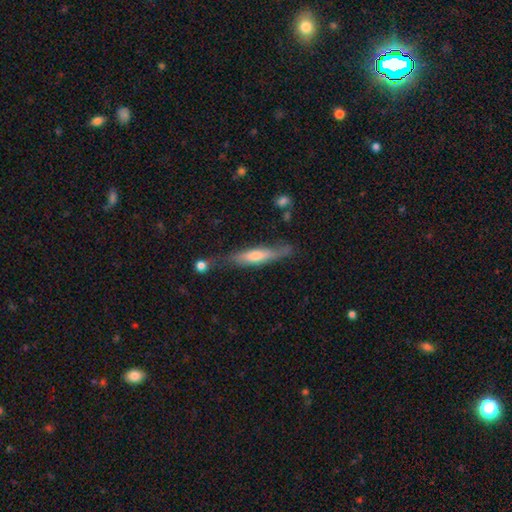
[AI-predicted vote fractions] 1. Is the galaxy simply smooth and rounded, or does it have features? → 51% smooth, 43% featured or disk, 6% star or artifact.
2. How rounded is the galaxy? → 82% cigar-shaped, 16% in between, 2% round.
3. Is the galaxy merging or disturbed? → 61% none, 24% minor disturbance, 8% major disturbance, 7% merger.